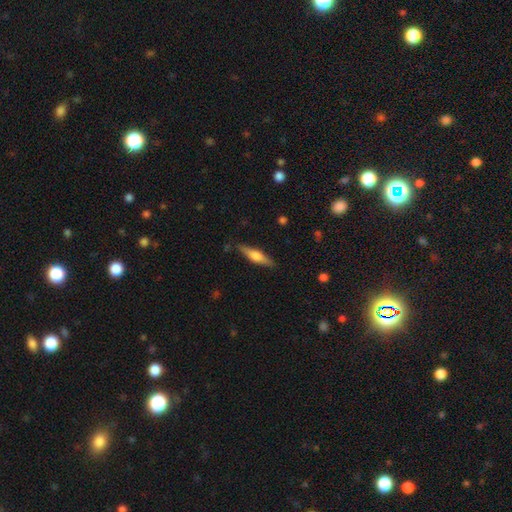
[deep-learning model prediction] smooth_or_featured: featured or disk (p=0.48) [alt: smooth p=0.47]
merging: none (p=0.86) [alt: minor disturbance p=0.10]